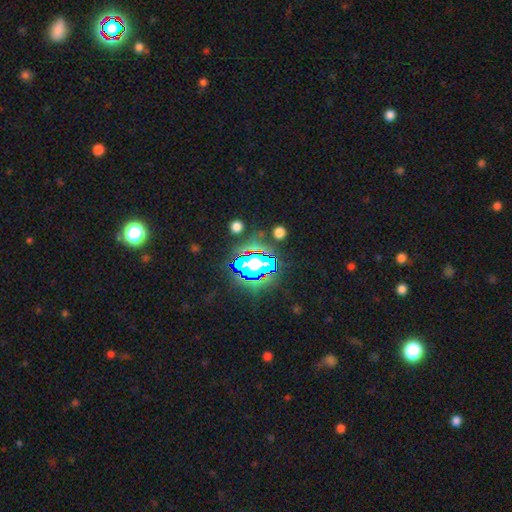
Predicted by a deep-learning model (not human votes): Q: Smooth or featured?
A: star or artifact (81%); runner-up: smooth (12%)